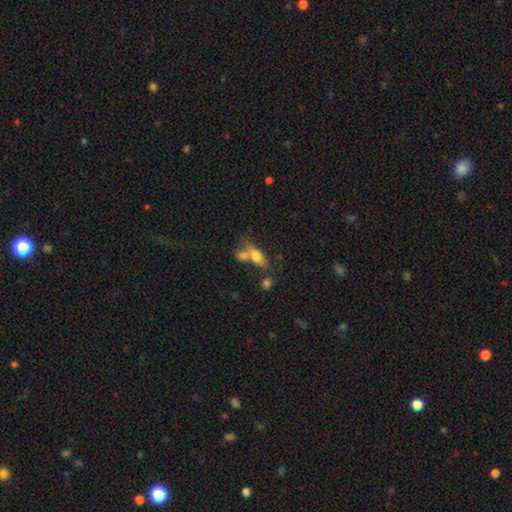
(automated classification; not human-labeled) This appears to be a smooth galaxy with no disk features (72%) that is in between round and cigar-shaped (75%). Merging: merger (44%).